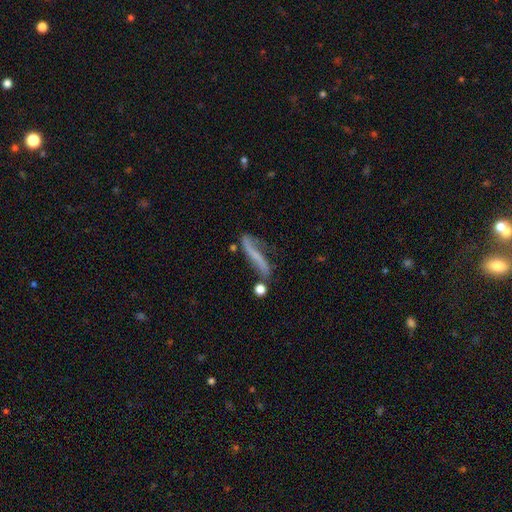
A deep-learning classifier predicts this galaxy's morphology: Q: Smooth or featured?
A: featured or disk (60%); runner-up: smooth (30%)
Q: Edge-on disk?
A: no (66%); runner-up: yes (34%)
Q: Merging?
A: none (46%); runner-up: minor disturbance (25%)